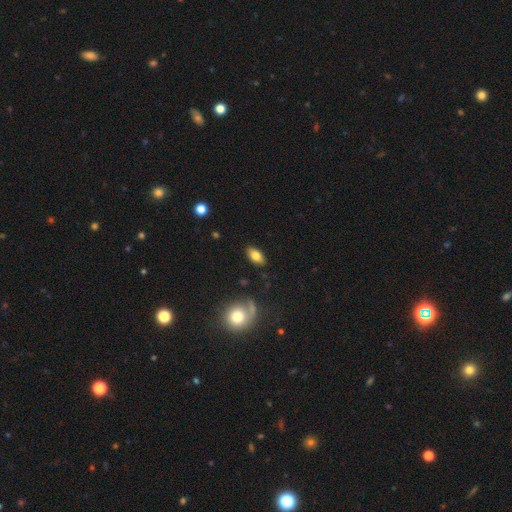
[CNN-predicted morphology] Q: Smooth or featured?
A: smooth (77%); runner-up: featured or disk (15%)
Q: How rounded?
A: in between (90%); runner-up: cigar-shaped (6%)
Q: Merging?
A: none (87%); runner-up: minor disturbance (9%)